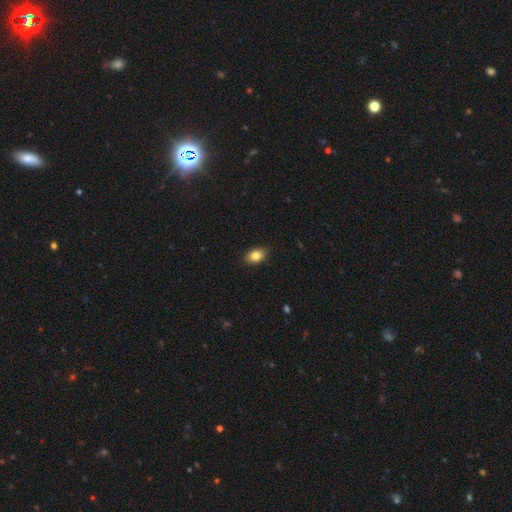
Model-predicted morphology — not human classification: smooth-or-featured: smooth: 83% | star or artifact: 9% | featured or disk: 8%
  how-rounded: in between: 84% | round: 14% | cigar-shaped: 2%
  merging: none: 87% | minor disturbance: 10% | major disturbance: 2% | merger: 1%